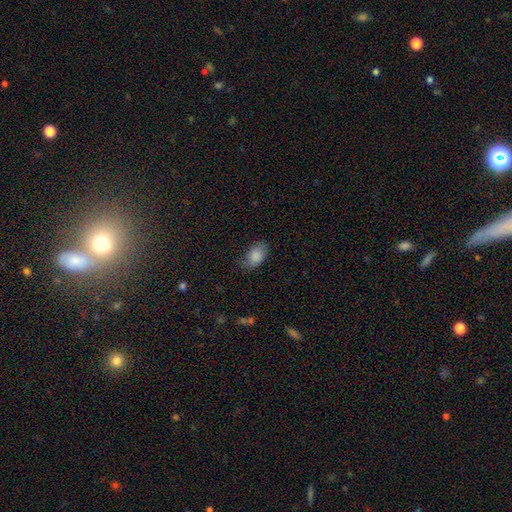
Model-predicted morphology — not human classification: Smooth or featured? smooth (83%)
How rounded? in between (91%)
Merging? none (63%)